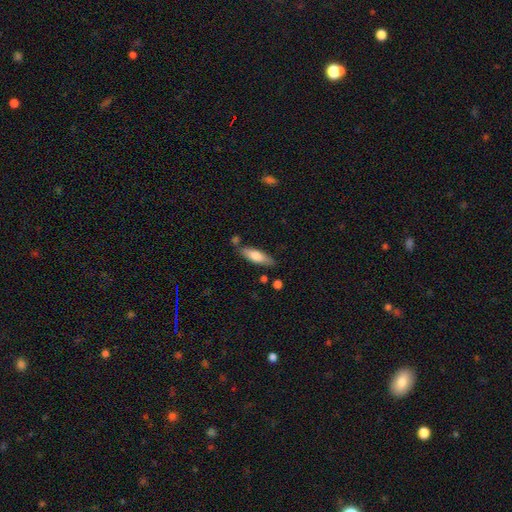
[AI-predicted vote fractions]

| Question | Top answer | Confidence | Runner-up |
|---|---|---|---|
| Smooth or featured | smooth | 73% | featured or disk (21%) |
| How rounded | in between | 50% | cigar-shaped (48%) |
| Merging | none | 74% | minor disturbance (16%) |